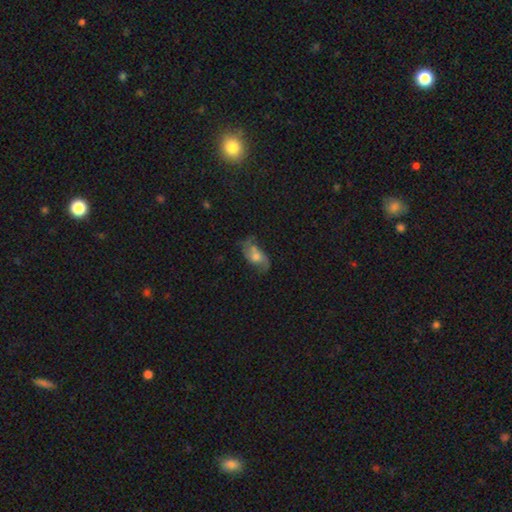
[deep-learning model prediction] smooth_or_featured: featured or disk (p=0.62) [alt: smooth p=0.28]
disk_edge_on: no (p=0.93) [alt: yes p=0.07]
bar: no (p=0.62) [alt: weak p=0.31]
has_spiral_arms: yes (p=0.87) [alt: no p=0.13]
spiral_winding: loose (p=0.51) [alt: medium p=0.37]
spiral_arm_count: 2 (p=0.85) [alt: can't tell p=0.08]
bulge_size: moderate (p=0.53) [alt: small p=0.21]
merging: none (p=0.60) [alt: minor disturbance p=0.22]